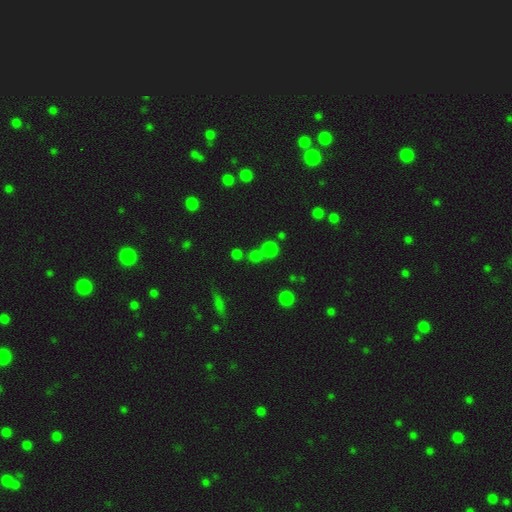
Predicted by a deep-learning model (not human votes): Smooth or featured: smooth — 72% (star or artifact — 21%)
How rounded: round — 86% (in between — 12%)
Merging: none — 63% (merger — 26%)